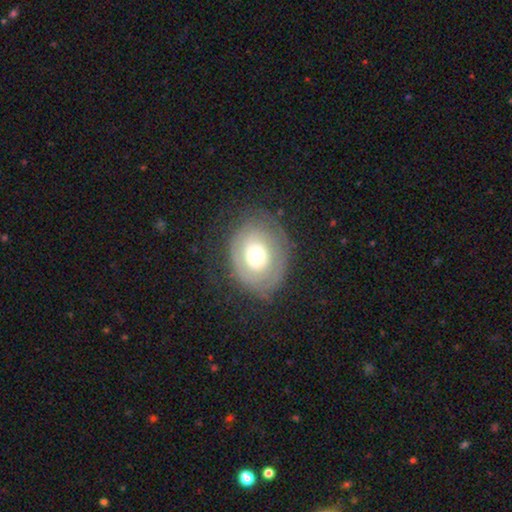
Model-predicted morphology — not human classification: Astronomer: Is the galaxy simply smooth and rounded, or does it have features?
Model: featured or disk — 56% (runner-up: smooth, 37%).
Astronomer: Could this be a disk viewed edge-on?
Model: no — 95%.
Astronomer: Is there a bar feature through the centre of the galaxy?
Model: no — 86%.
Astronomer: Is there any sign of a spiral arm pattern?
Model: yes — 55% (runner-up: no, 45%).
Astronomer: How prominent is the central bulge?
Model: moderate — 56%.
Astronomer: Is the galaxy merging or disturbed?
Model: none — 69%.